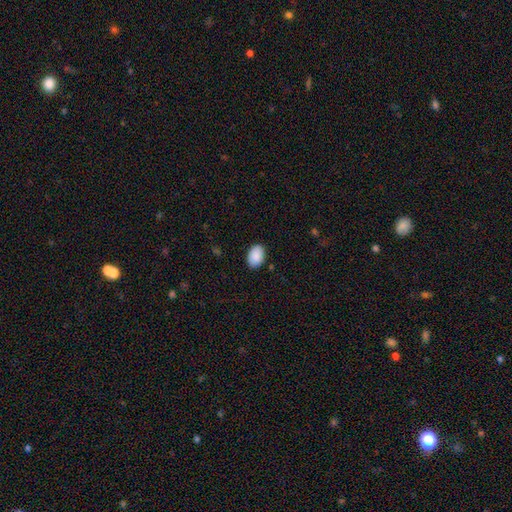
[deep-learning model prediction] Smooth or featured? smooth (91%)
How rounded? in between (88%)
Merging? none (89%)